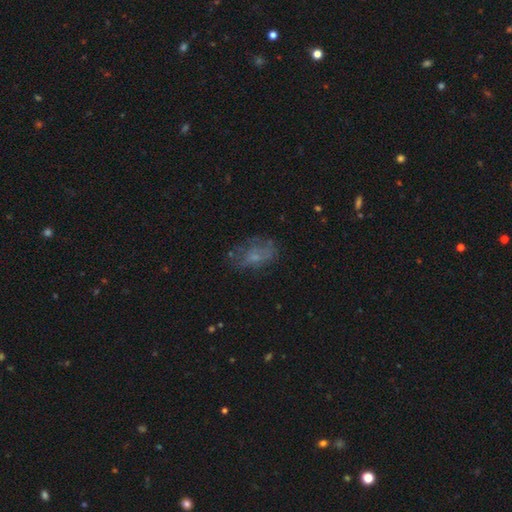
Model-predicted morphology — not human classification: A smooth galaxy with no disk features (46%).

Vote fractions:
- Smooth or featured? smooth: 46% / featured or disk: 39% / star or artifact: 15%
- Merging? none: 54% / minor disturbance: 24% / major disturbance: 19% / merger: 3%